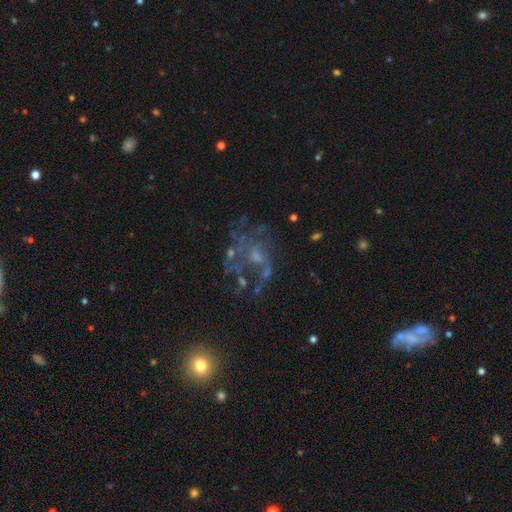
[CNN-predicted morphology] This appears to be a featured or disk galaxy (66%) with no bar (79%), no spiral arms (52%) and a small central bulge (37%). Merging: none (42%).